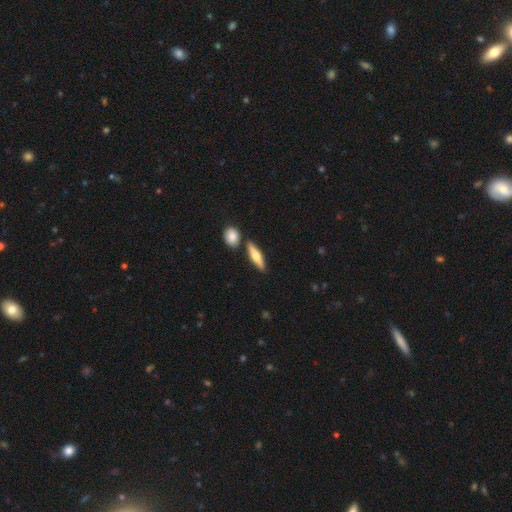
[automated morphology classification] Smooth or featured: featured or disk — 47% (tied with smooth — 47%)
Merging: none — 80% (merger — 9%)